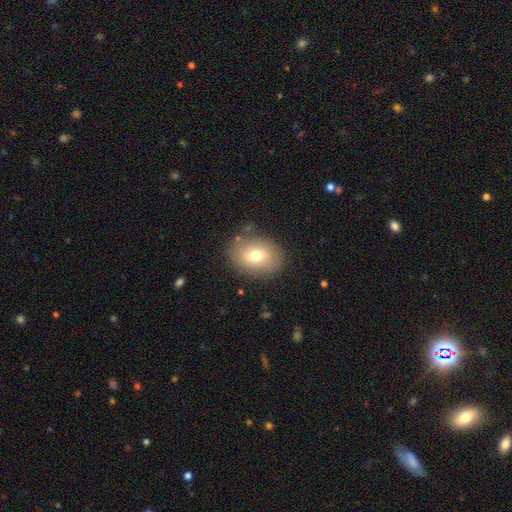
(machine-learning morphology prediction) type=smooth (72%); roundness=in between (69%); merging=none (83%).